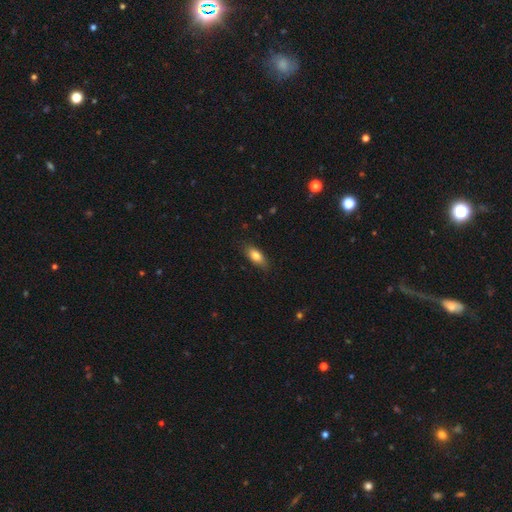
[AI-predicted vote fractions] This is likely a smooth galaxy (80%). How rounded: clearly in between (82%). Merging: clearly none (80%).